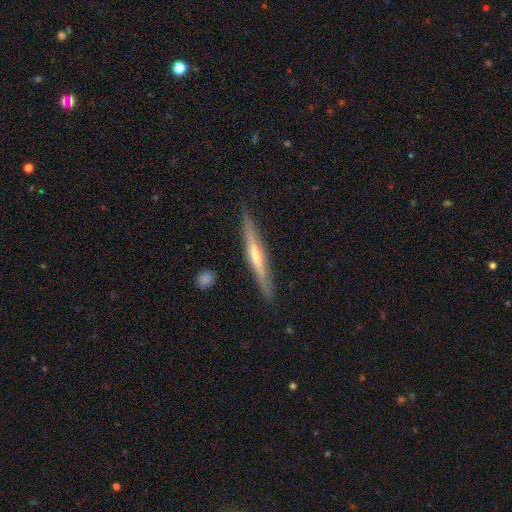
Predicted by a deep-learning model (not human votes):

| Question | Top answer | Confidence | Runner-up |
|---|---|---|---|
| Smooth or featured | featured or disk | 63% | smooth (31%) |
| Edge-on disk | yes | 96% | no (4%) |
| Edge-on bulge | rounded | 50% | none (39%) |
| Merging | none | 87% | minor disturbance (9%) |